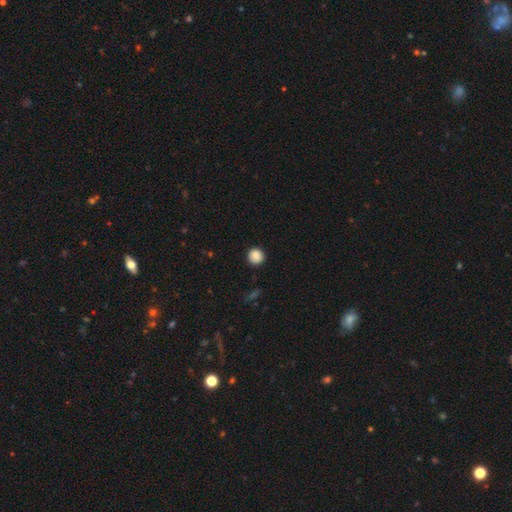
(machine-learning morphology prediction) Smooth or featured? smooth (88%)
How rounded? round (94%)
Merging? none (91%)